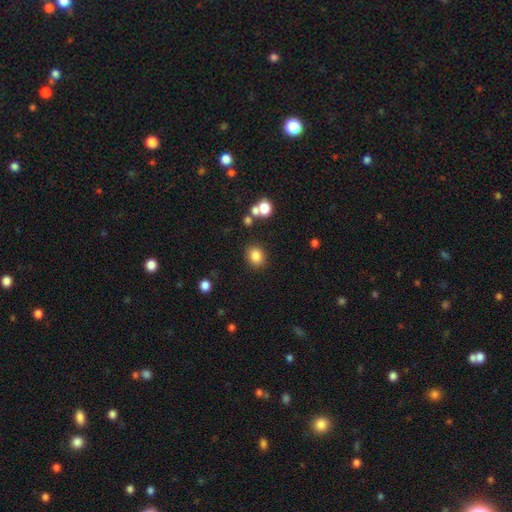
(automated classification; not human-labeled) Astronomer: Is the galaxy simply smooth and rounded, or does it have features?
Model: smooth — 83%.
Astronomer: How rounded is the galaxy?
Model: round — 63%.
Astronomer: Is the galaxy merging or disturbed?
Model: none — 85%.